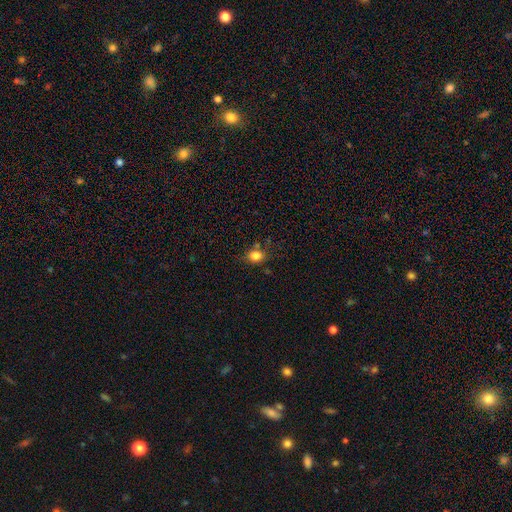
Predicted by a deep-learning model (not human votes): A smooth galaxy with no disk features (81%) that is in between round and cigar-shaped (55%). Merging: none (69%).